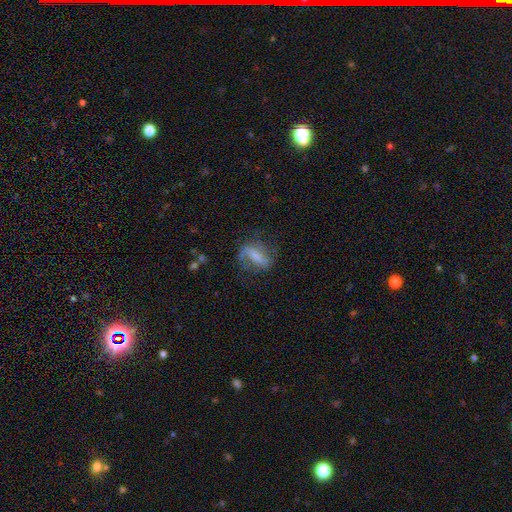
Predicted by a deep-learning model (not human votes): The model was most divided on "bar": strong: 48%, weak: 32%, no: 20%. Remaining: edge-on disk — no (92%); spiral arms — yes (79%); smooth or featured — featured or disk (56%); merging — none (51%); bulge size — none (40%).